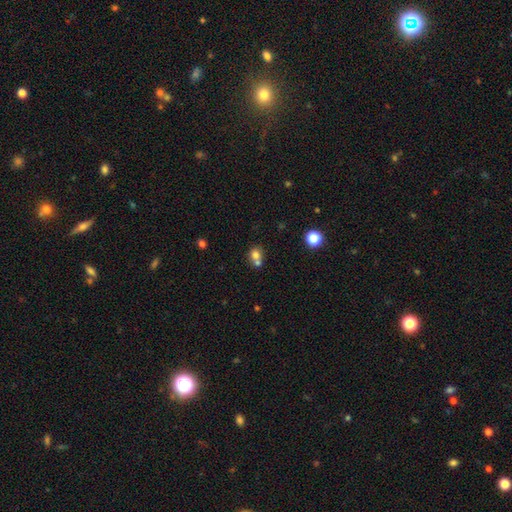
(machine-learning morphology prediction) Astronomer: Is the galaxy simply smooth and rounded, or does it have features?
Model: smooth — 75%.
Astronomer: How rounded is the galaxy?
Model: round — 75%.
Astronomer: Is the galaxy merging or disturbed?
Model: merger — 49% (runner-up: none, 40%).